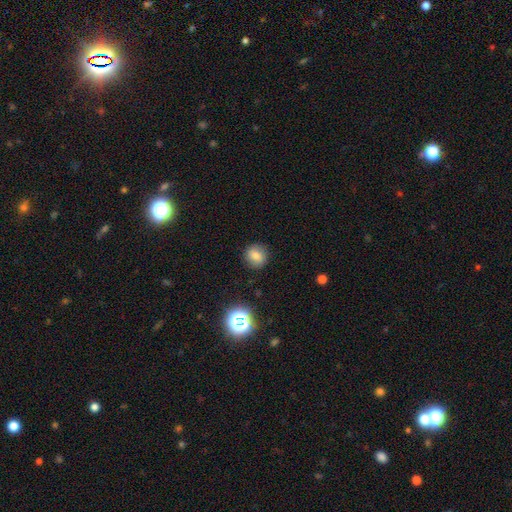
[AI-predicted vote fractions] smooth_or_featured: smooth (p=0.75) [alt: star or artifact p=0.14]
how_rounded: round (p=0.86) [alt: in between p=0.13]
merging: none (p=0.87) [alt: minor disturbance p=0.09]